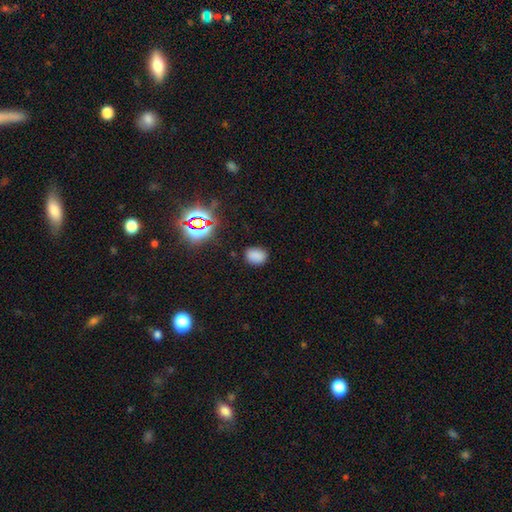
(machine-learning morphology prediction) This appears to be a smooth galaxy with no disk features (78%) that is in between round and cigar-shaped (67%). Merging: none (83%).